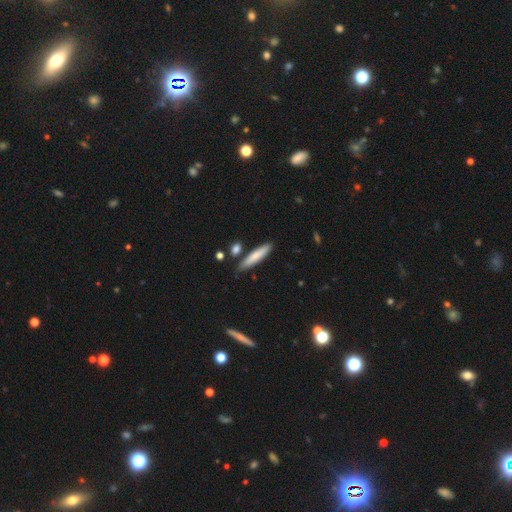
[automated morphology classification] A smooth galaxy with no disk features (76%) that is cigar-shaped (86%).

Vote fractions:
- Smooth or featured? smooth: 76% / featured or disk: 18% / star or artifact: 6%
- How rounded? cigar-shaped: 86% / in between: 13% / round: 2%
- Merging? none: 81% / minor disturbance: 12% / merger: 5% / major disturbance: 2%